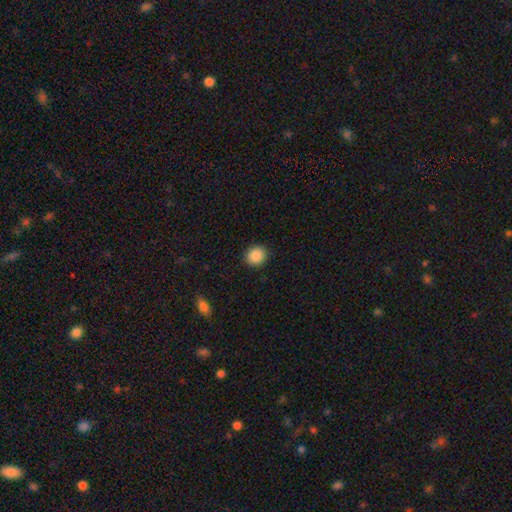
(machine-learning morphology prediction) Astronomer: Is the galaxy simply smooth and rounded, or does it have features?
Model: smooth — 88%.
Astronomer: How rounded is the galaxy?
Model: round — 83%.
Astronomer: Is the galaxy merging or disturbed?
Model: none — 90%.